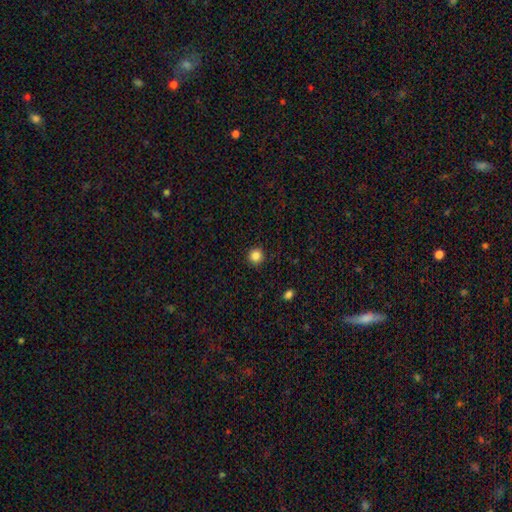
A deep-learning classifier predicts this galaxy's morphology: Overall: smooth (85%). How rounded: round (94%). Merging: none (91%).